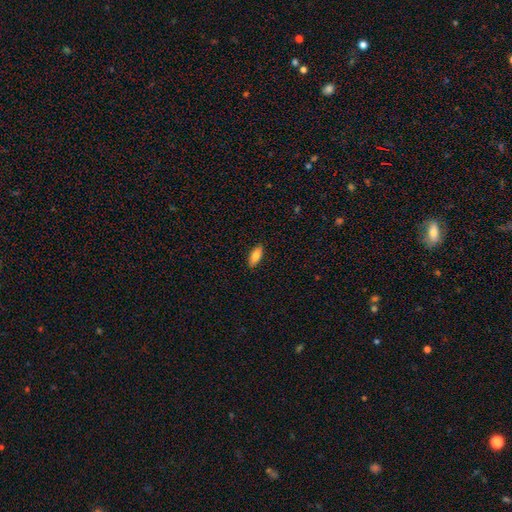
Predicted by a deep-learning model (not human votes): smooth_or_featured: smooth (p=0.81) [alt: featured or disk p=0.12]
how_rounded: in between (p=0.77) [alt: cigar-shaped p=0.21]
merging: none (p=0.89) [alt: minor disturbance p=0.08]